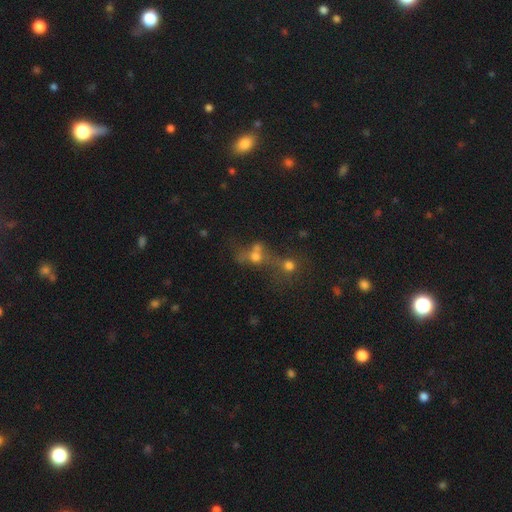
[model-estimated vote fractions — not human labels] Q: Smooth or featured?
A: smooth (49%); runner-up: star or artifact (25%)
Q: Merging?
A: merger (57%); runner-up: none (24%)